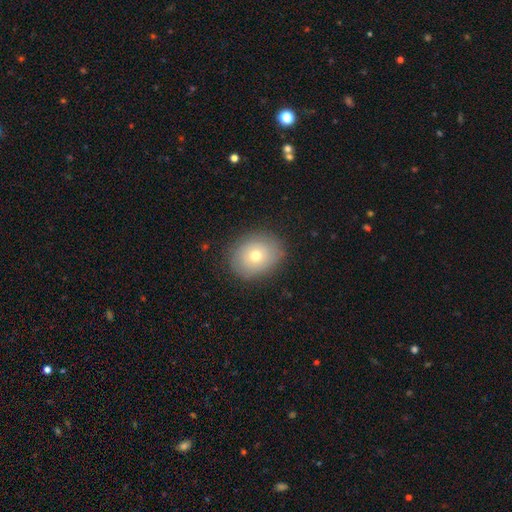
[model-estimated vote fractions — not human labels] smooth 66%, featured or disk 24%, star or artifact 10%. Down the decision tree: how rounded — round (62%); merging — none (84%).